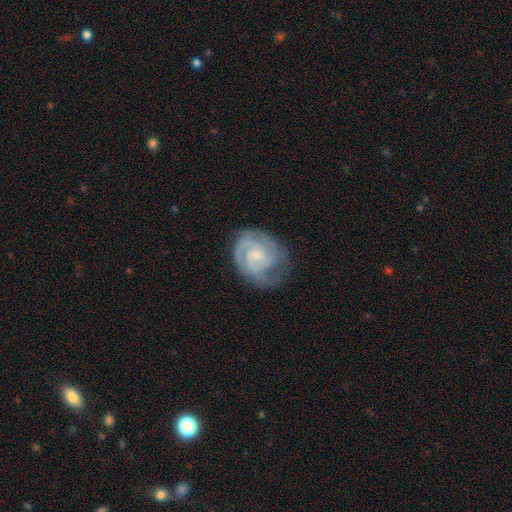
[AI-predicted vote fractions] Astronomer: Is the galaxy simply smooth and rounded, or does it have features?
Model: featured or disk — 84%.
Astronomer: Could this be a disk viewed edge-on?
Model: no — 98%.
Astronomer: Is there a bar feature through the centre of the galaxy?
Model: no — 55% (runner-up: weak, 39%).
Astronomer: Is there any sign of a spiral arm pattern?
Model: yes — 97%.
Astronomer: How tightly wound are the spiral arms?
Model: tight — 56% (runner-up: medium, 37%).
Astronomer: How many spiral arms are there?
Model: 2 — 38% (runner-up: 3, 32%).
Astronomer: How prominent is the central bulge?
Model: small — 60%.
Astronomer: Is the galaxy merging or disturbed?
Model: none — 66%.